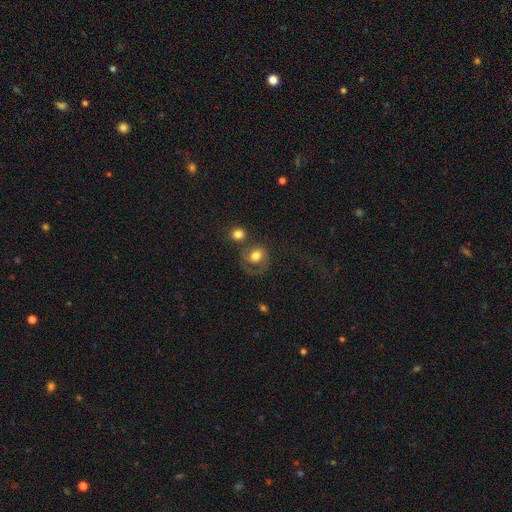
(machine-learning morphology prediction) This is likely a smooth galaxy (62%). How rounded: likely round (70%). Merging: marginally none (38%).